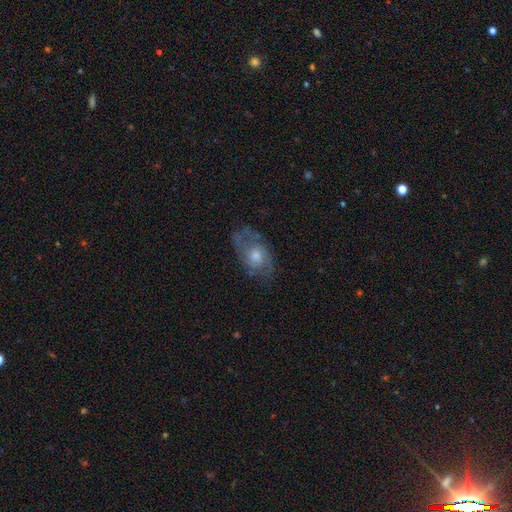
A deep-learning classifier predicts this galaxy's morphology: featured or disk 65%, smooth 26%, star or artifact 9%. Down the decision tree: edge-on disk — no (94%); bar — no (79%); spiral arms — yes (77%); bulge size — moderate (57%); merging — none (65%).